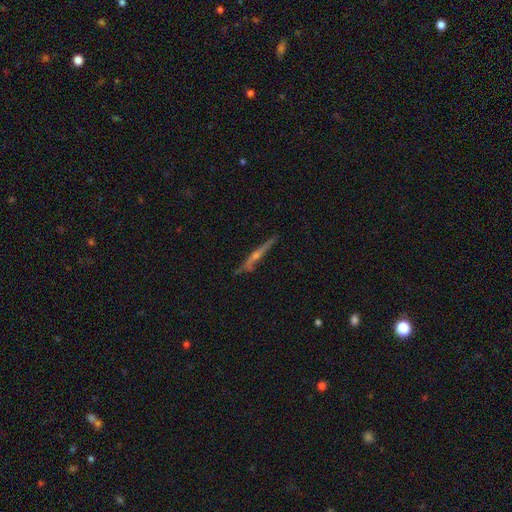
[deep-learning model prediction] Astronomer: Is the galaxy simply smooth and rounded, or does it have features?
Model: featured or disk — 74%.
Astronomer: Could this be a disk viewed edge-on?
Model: yes — 96%.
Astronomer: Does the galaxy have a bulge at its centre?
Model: rounded — 75%.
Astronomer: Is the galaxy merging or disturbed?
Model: none — 80%.